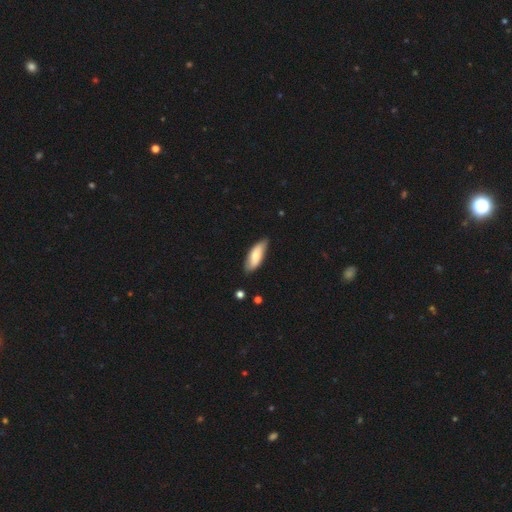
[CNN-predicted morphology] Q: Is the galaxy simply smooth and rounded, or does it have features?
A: smooth — 72%.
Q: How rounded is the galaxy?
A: in between — 71%.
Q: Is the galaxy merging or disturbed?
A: none — 78%.